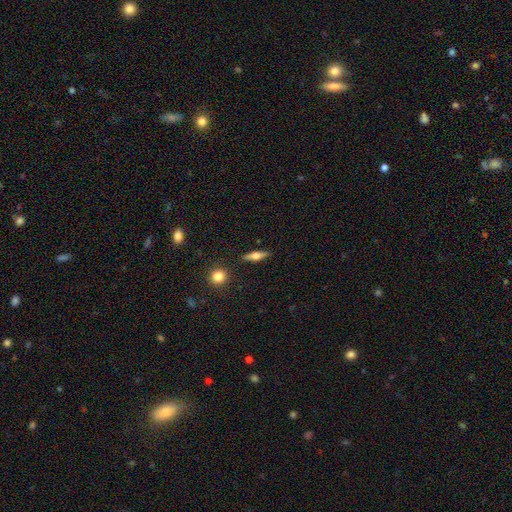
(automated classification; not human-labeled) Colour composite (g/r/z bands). It shows a featured or disk galaxy (47%). Merging: none (88%).